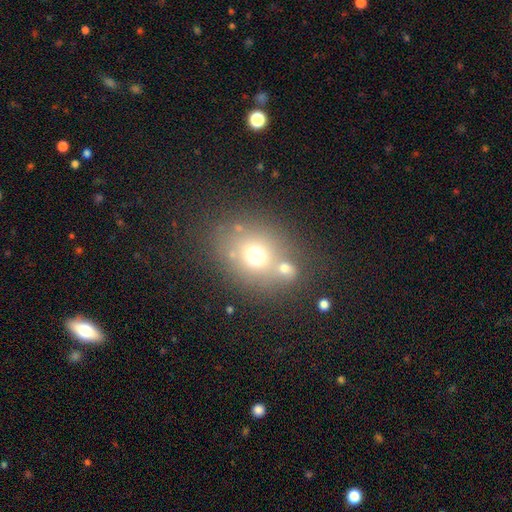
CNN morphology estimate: A smooth galaxy with no disk features (65%) that is round (61%).

Vote fractions:
- Smooth or featured? smooth: 65% / featured or disk: 18% / star or artifact: 16%
- How rounded? round: 61% / in between: 38% / cigar-shaped: 1%
- Merging? none: 54% / merger: 28% / minor disturbance: 12% / major disturbance: 6%